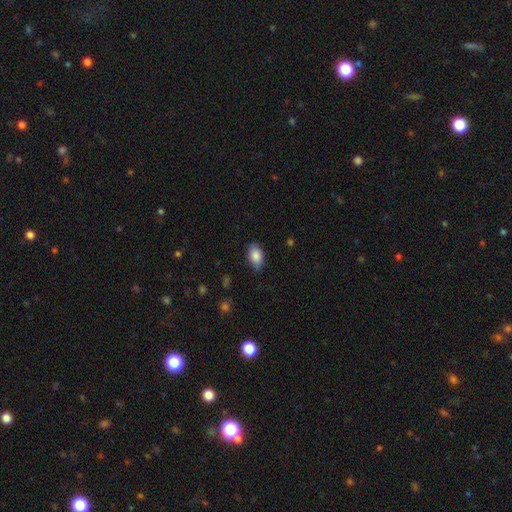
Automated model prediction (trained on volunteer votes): Smooth or featured? smooth (86%)
How rounded? in between (91%)
Merging? none (82%)